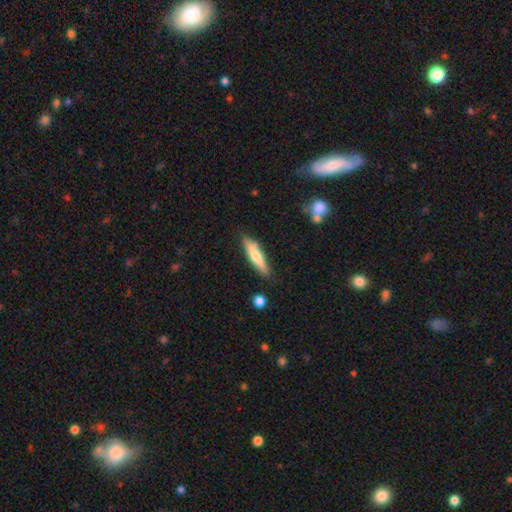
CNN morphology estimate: Overall: smooth (63%; featured or disk 31%). How rounded: cigar-shaped (81%). Merging: none (81%).